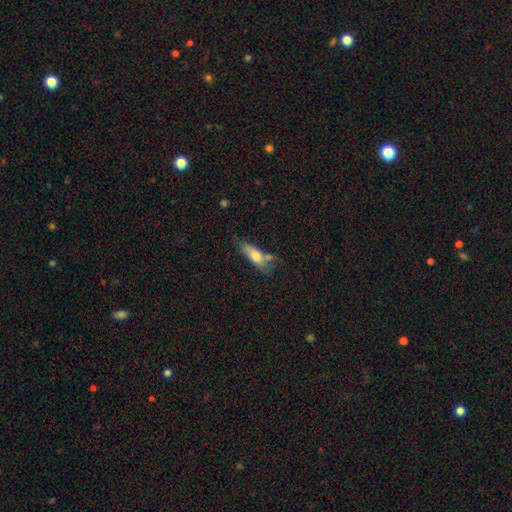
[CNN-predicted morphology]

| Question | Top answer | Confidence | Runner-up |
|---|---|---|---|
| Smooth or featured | smooth | 68% | featured or disk (24%) |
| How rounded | in between | 61% | cigar-shaped (36%) |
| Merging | none | 47% | minor disturbance (27%) |